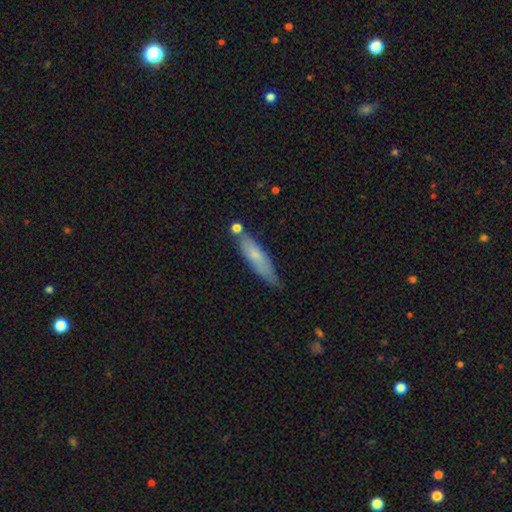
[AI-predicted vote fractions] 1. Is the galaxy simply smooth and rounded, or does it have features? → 64% smooth, 30% featured or disk, 6% star or artifact.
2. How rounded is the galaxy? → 77% cigar-shaped, 21% in between, 2% round.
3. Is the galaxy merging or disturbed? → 64% none, 23% minor disturbance, 9% merger, 4% major disturbance.